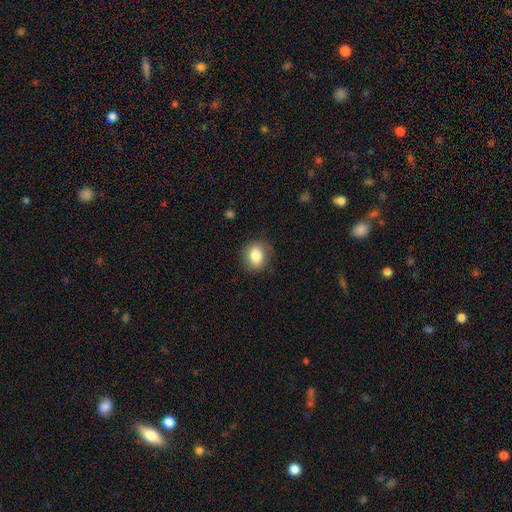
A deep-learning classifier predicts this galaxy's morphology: This is clearly a smooth galaxy (83%). How rounded: possibly round (58%). Merging: clearly none (83%).